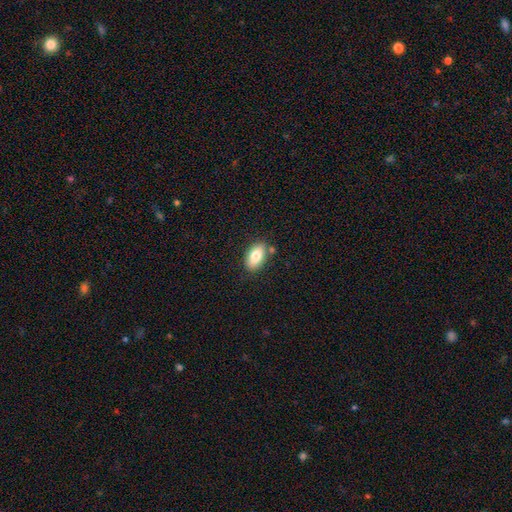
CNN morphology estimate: Q: Smooth or featured?
A: smooth (78%); runner-up: featured or disk (14%)
Q: How rounded?
A: in between (92%); runner-up: round (5%)
Q: Merging?
A: none (80%); runner-up: minor disturbance (12%)